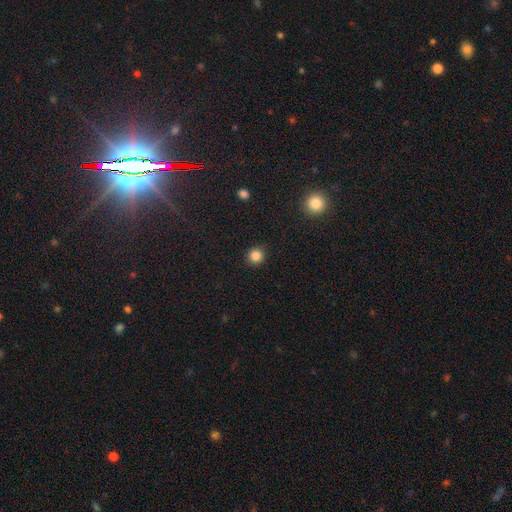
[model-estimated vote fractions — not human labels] The model was most divided on "smooth or featured": smooth: 85%, star or artifact: 11%, featured or disk: 4%. More confident: how rounded — round (93%); merging — none (91%).